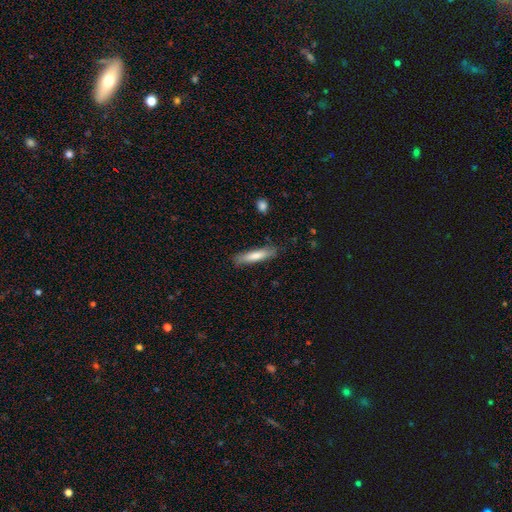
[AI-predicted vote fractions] The model was most divided on "smooth or featured": smooth: 76%, featured or disk: 18%, star or artifact: 6%. More confident: merging — none (83%); how rounded — cigar-shaped (80%).